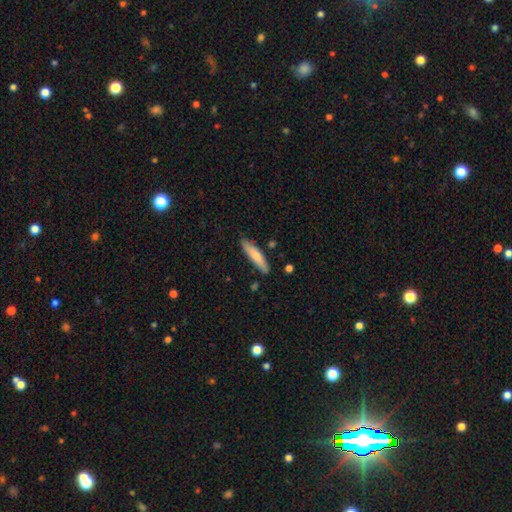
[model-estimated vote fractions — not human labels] This is likely a smooth galaxy (74%). How rounded: clearly cigar-shaped (80%). Merging: clearly none (82%).